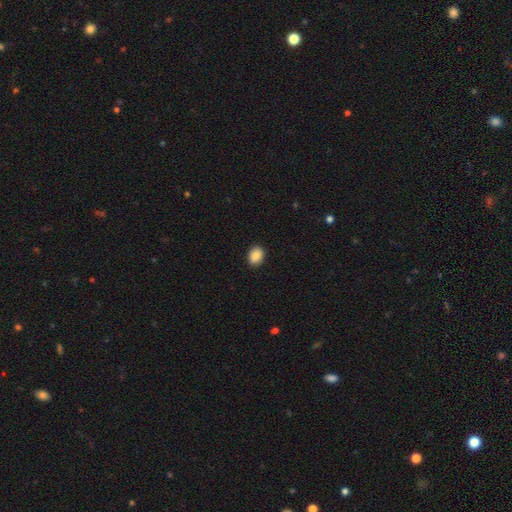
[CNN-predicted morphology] type=smooth (89%); roundness=in between (65%); merging=none (90%).